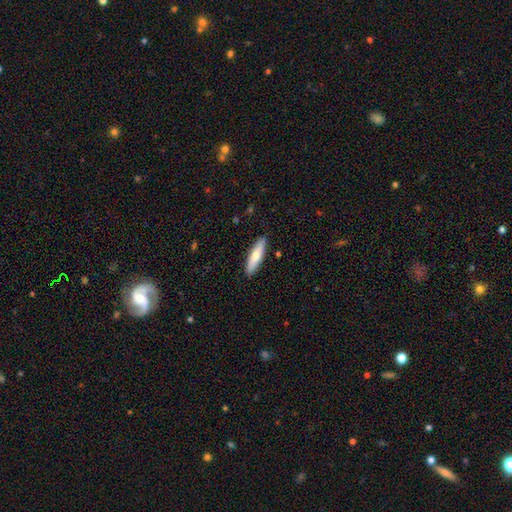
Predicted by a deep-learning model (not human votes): smooth_or_featured: smooth (p=0.69) [alt: featured or disk p=0.25]
how_rounded: cigar-shaped (p=0.71) [alt: in between p=0.27]
merging: none (p=0.90) [alt: minor disturbance p=0.08]